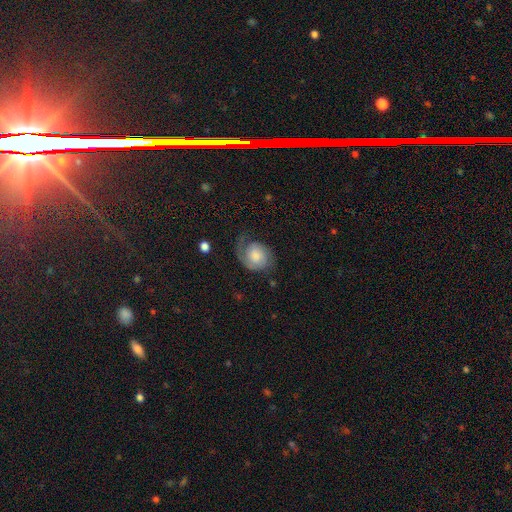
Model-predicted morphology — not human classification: The model was most divided on "bulge size": moderate: 35%, small: 32%, large: 18%, none: 11%, dominant: 5%. Remaining: edge-on disk — no (98%); spiral arms — yes (94%); bar — no (73%); smooth or featured — featured or disk (67%); merging — none (54%); spiral arm count — 1 (48%); spiral winding — tight (42%).